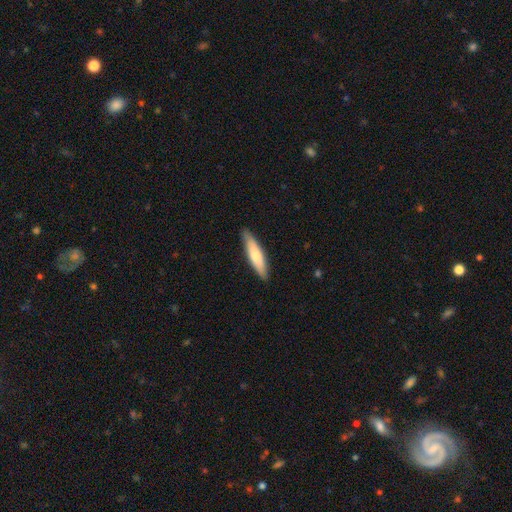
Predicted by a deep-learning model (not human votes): smooth-or-featured: smooth: 68% | featured or disk: 28% | star or artifact: 5%
  how-rounded: cigar-shaped: 78% | in between: 20% | round: 1%
  merging: none: 87% | minor disturbance: 10% | major disturbance: 2% | merger: 1%